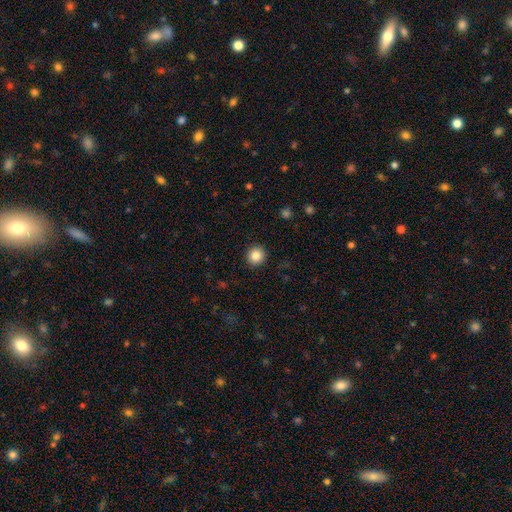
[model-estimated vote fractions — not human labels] Q: Smooth or featured?
A: smooth (85%); runner-up: star or artifact (10%)
Q: How rounded?
A: round (93%); runner-up: in between (6%)
Q: Merging?
A: none (92%); runner-up: minor disturbance (5%)